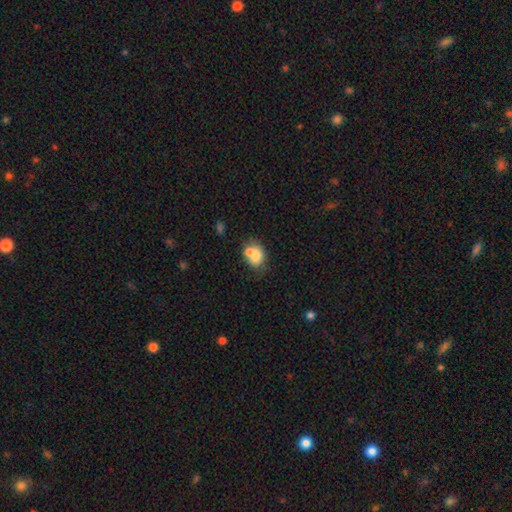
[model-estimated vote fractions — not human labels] This is likely a smooth galaxy (71%). How rounded: possibly in between (57%). Merging: possibly merger (48%).